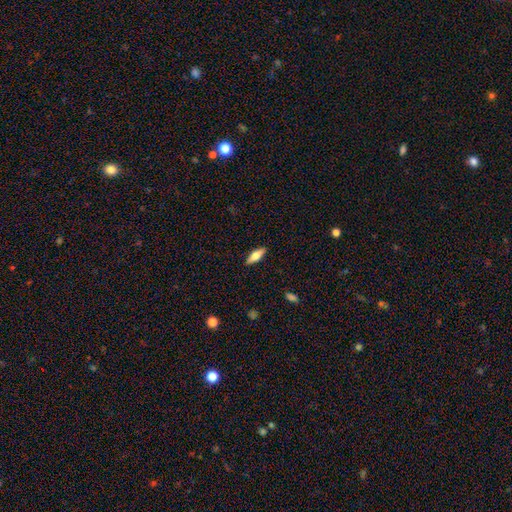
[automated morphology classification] smooth_or_featured: smooth (p=0.60) [alt: featured or disk p=0.33]
how_rounded: in between (p=0.55) [alt: cigar-shaped p=0.42]
merging: none (p=0.89) [alt: minor disturbance p=0.08]